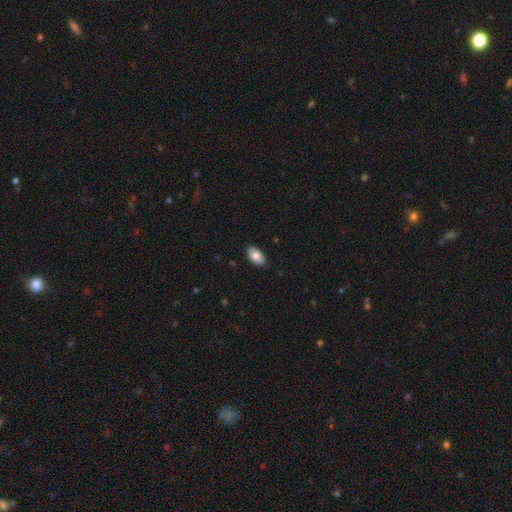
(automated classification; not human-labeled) smooth_or_featured: smooth (p=0.82) [alt: featured or disk p=0.11]
how_rounded: in between (p=0.95) [alt: round p=0.04]
merging: none (p=0.88) [alt: minor disturbance p=0.09]